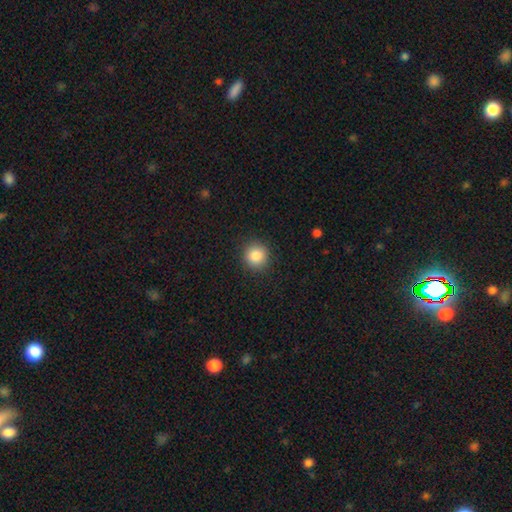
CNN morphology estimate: This appears to be a smooth galaxy with no disk features (86%) that is round (92%). Merging: none (90%).